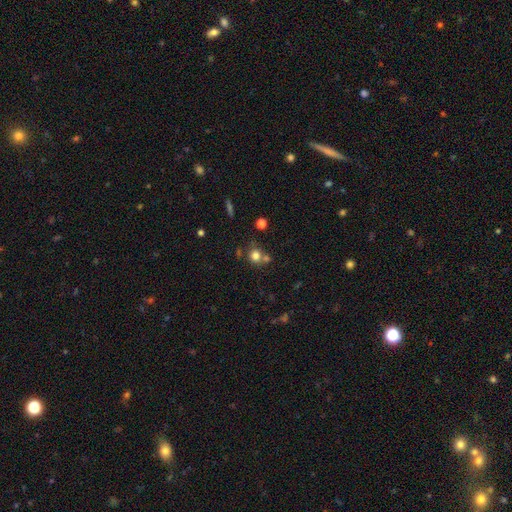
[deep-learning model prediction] Smooth or featured? smooth (77%)
How rounded? round (84%)
Merging? none (56%)